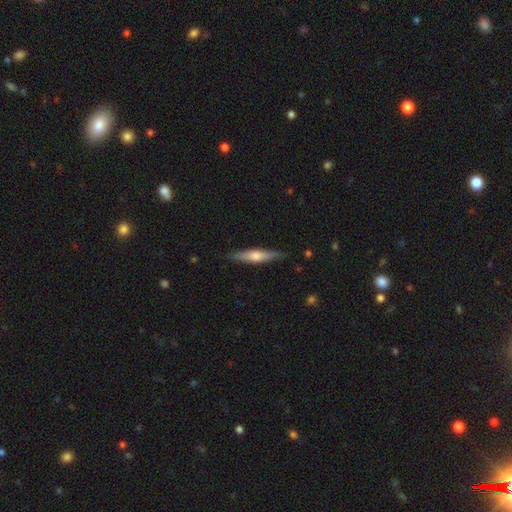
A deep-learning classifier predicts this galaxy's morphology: featured or disk 50%, smooth 44%, star or artifact 6%. Down the decision tree: edge-on disk — yes (95%); merging — none (88%).